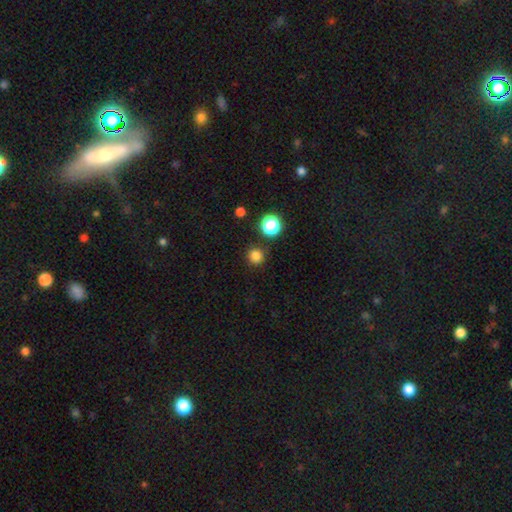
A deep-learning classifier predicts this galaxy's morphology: Overall: smooth (81%). How rounded: round (95%). Merging: none (88%).